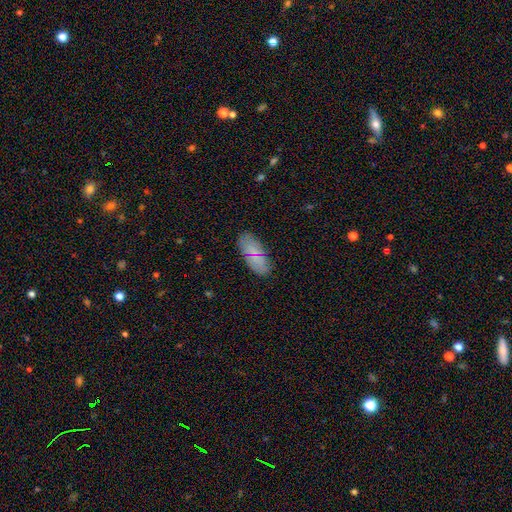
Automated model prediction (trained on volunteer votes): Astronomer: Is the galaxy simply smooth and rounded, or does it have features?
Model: smooth — 58%.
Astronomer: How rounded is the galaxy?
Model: in between — 79%.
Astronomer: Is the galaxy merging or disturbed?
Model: none — 81%.